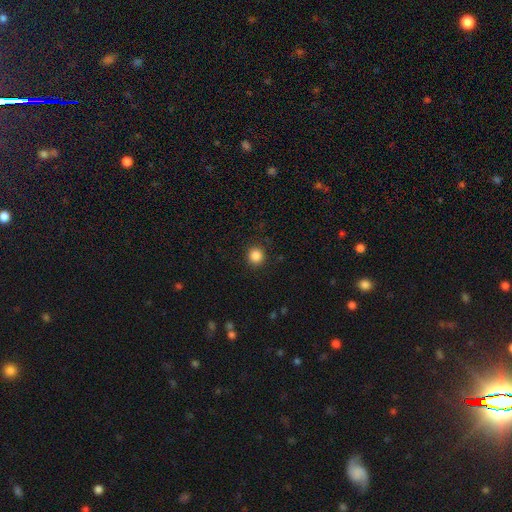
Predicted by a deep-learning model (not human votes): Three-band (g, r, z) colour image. It shows a smooth galaxy with no disk features (85%) that is round (94%). Merging: none (91%).